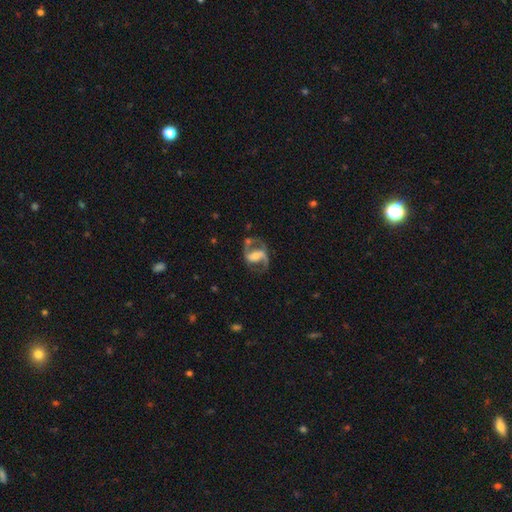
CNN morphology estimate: A featured or disk galaxy (83%) with a weak bar (40%), 2 (86%) medium (52%) spiral arms (92%) and a moderate central bulge (37%). Merging: none (58%).